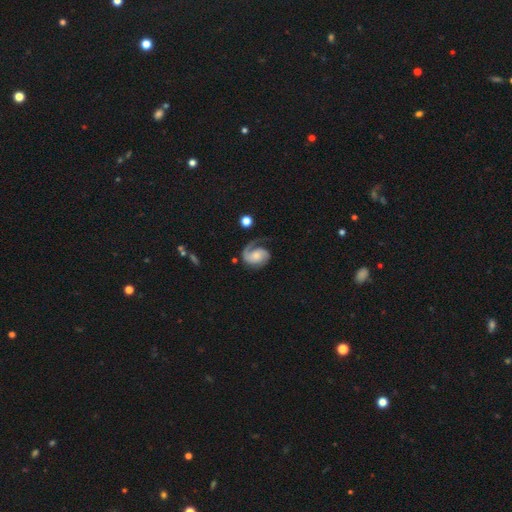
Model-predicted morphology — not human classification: type=featured or disk (84%); edge-on=no (98%); bar=no (65%); spiral arms=yes (97%); winding=medium (45%); arm count=2 (53%); bulge=small (44%); merging=none (59%).